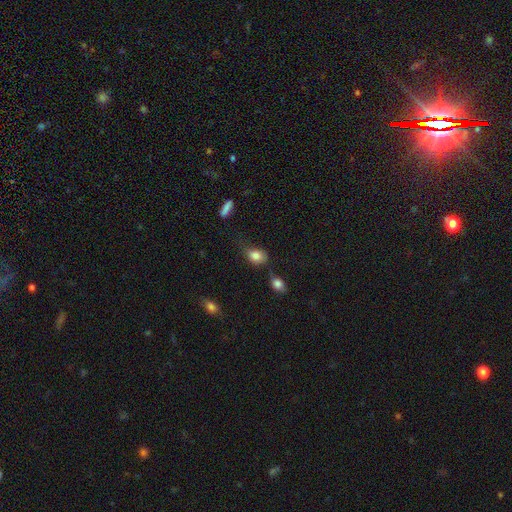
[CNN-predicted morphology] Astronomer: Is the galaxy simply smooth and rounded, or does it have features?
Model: smooth — 82%.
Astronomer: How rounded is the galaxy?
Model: in between — 65%.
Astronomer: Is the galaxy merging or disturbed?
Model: none — 45% (runner-up: minor disturbance, 30%).